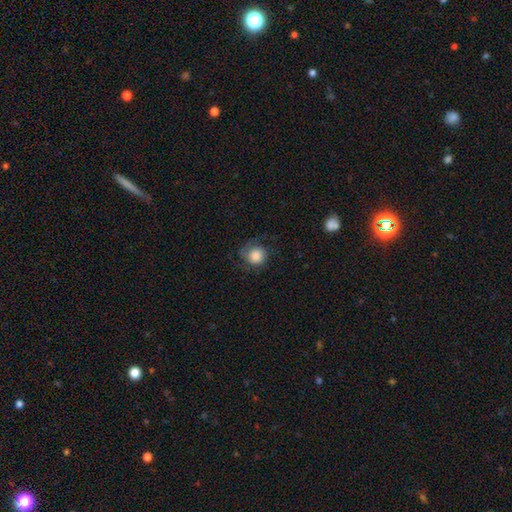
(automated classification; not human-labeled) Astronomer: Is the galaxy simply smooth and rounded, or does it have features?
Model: smooth — 67%.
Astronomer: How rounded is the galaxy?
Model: round — 87%.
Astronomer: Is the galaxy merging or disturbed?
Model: none — 62%.